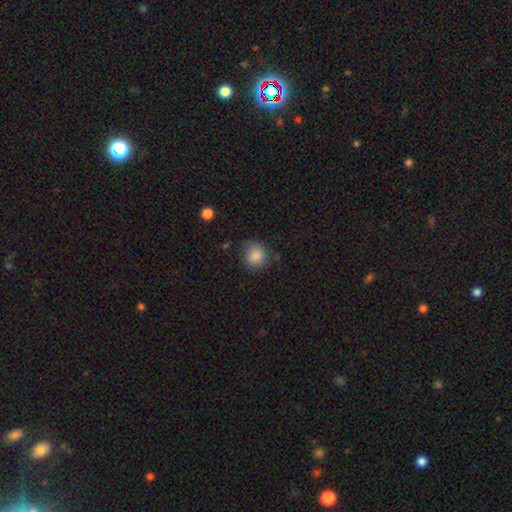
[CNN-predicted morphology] Q: Smooth or featured?
A: smooth (86%); runner-up: star or artifact (9%)
Q: How rounded?
A: round (81%); runner-up: in between (18%)
Q: Merging?
A: none (71%); runner-up: minor disturbance (21%)